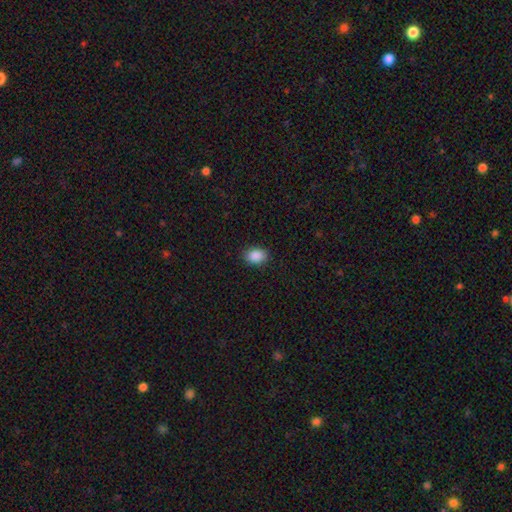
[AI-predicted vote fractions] Morphology: type=smooth (89%); roundness=in between (74%); merging=none (88%).